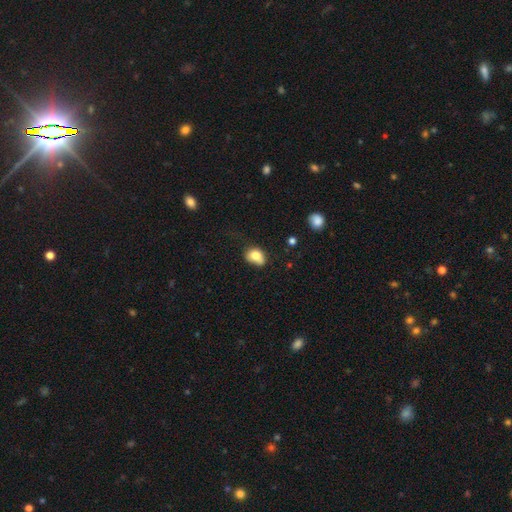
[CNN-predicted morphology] The model was most divided on "merging": none: 46%, minor disturbance: 36%, major disturbance: 12%, merger: 6%. More confident: smooth or featured — smooth (79%); how rounded — in between (66%).